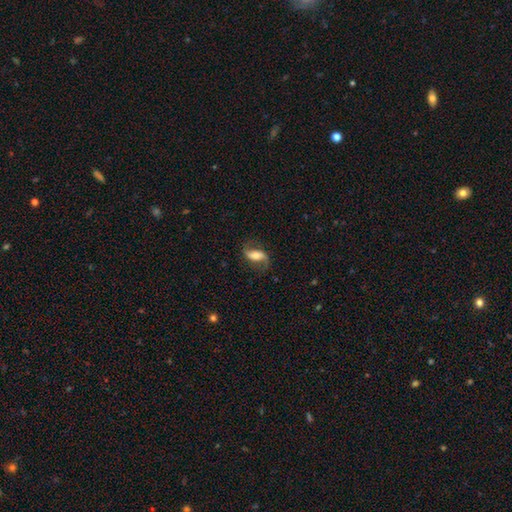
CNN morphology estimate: smooth-or-featured: featured or disk: 65% | smooth: 27% | star or artifact: 7%
  disk-edge-on: no: 91% | yes: 9%
    bar: strong: 37% | weak: 33% | no: 30%
    has-spiral-arms: yes: 91% | no: 9%
      spiral-winding: loose: 69% | medium: 24% | tight: 7%
      spiral-arm-count: 2: 88% | 1: 6% | can't tell: 3% | 3: 1% | 4: 1% | more than 4: 1%
    bulge-size: moderate: 48% | small: 24% | large: 19% | none: 6% | dominant: 4%
  merging: none: 72% | minor disturbance: 18% | major disturbance: 9% | merger: 1%